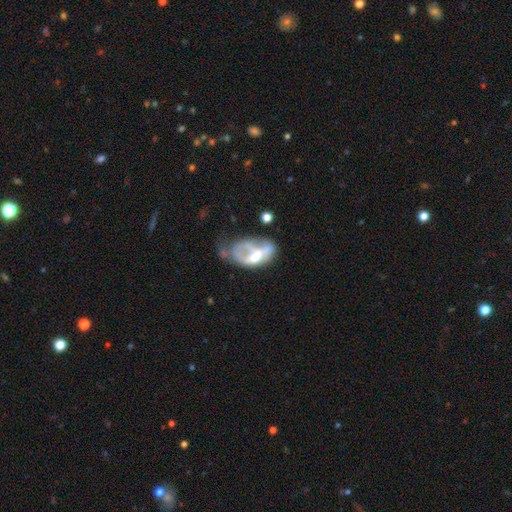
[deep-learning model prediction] The model was most divided on "smooth or featured": featured or disk: 53%, smooth: 38%, star or artifact: 9%. Remaining: edge-on disk — no (94%); merging — major disturbance (42%).